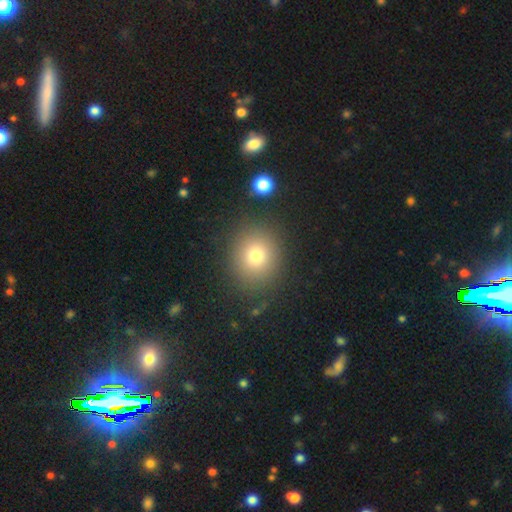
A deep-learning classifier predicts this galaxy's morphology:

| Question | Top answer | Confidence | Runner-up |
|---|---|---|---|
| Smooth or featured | smooth | 76% | star or artifact (14%) |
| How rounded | round | 77% | in between (23%) |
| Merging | none | 84% | minor disturbance (9%) |